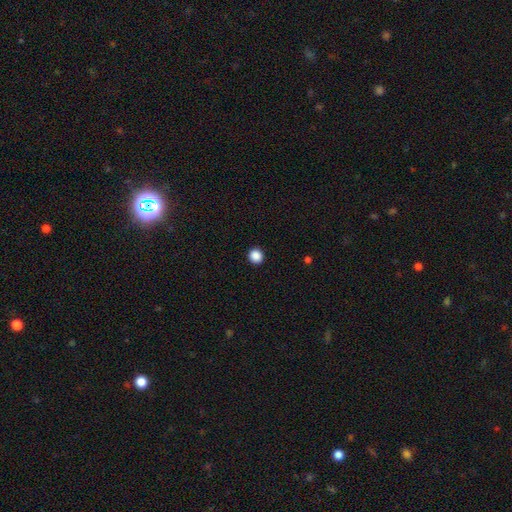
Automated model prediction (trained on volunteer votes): A smooth galaxy with no disk features (88%) that is round (93%).

Vote fractions:
- Smooth or featured? smooth: 88% / star or artifact: 10% / featured or disk: 2%
- How rounded? round: 93% / in between: 6% / cigar-shaped: 1%
- Merging? none: 93% / minor disturbance: 4% / major disturbance: 2% / merger: 1%